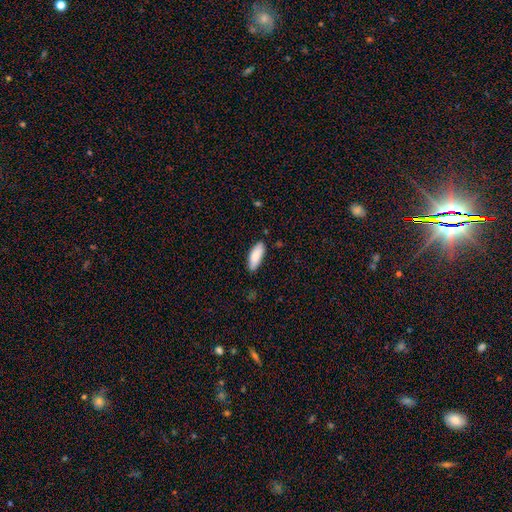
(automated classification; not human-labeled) smooth 85%, featured or disk 9%, star or artifact 6%. Down the decision tree: how rounded — in between (72%); merging — none (82%).